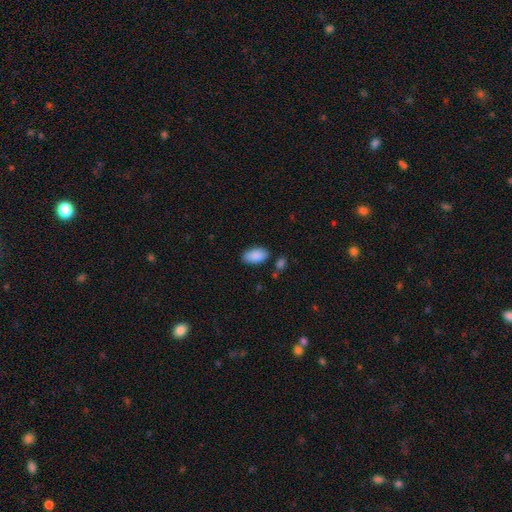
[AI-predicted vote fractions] Smooth or featured?
  - smooth: 90% *
  - star or artifact: 6%
  - featured or disk: 4%
How rounded?
  - in between: 95% *
  - round: 3%
  - cigar-shaped: 2%
Merging?
  - none: 81% *
  - minor disturbance: 12%
  - merger: 4%
  - major disturbance: 3%